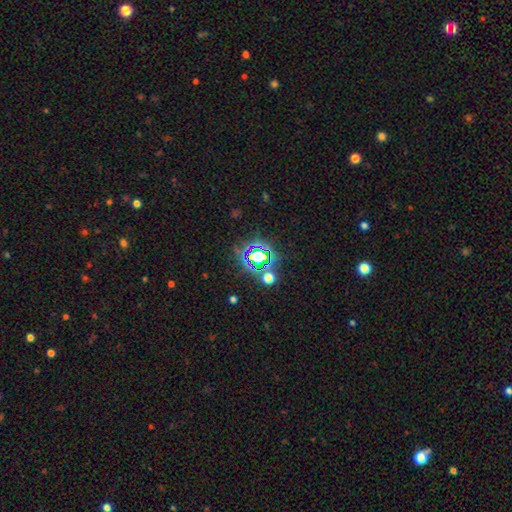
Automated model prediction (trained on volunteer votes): A star or artifact, not a galaxy (68%).

Vote fractions:
- Smooth or featured? star or artifact: 68% / smooth: 21% / featured or disk: 11%